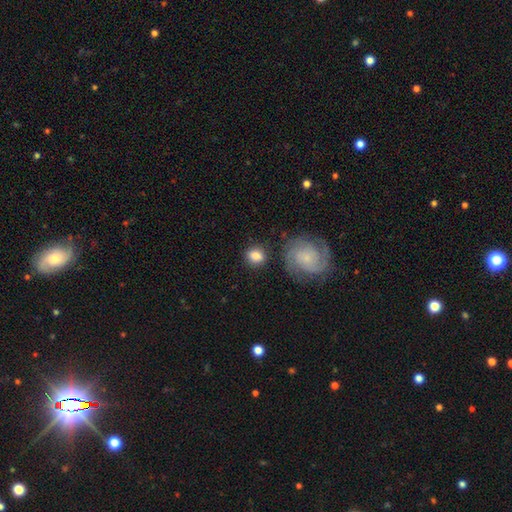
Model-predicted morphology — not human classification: A smooth galaxy with no disk features (77%) that is round (72%). Merging: none (75%).